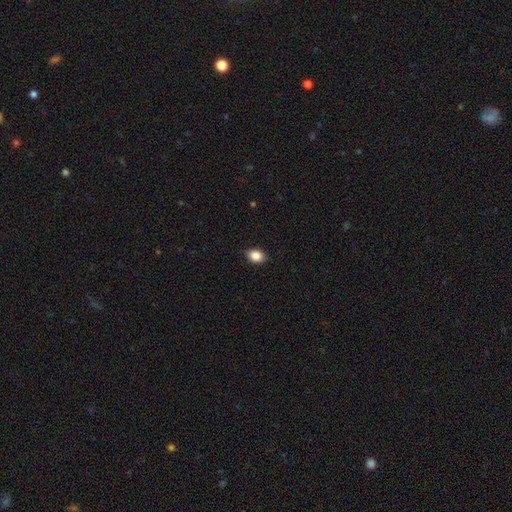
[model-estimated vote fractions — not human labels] The model was most divided on "how rounded": in between: 77%, round: 22%, cigar-shaped: 1%. More confident: merging — none (88%); smooth or featured — smooth (87%).